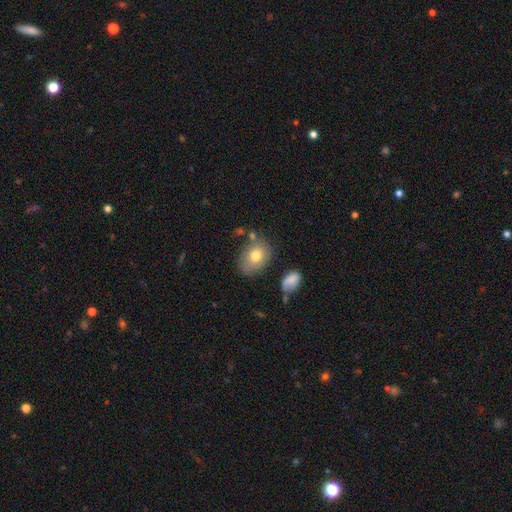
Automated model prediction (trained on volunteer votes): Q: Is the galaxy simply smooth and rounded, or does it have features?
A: smooth — 75%.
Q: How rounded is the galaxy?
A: in between — 68%.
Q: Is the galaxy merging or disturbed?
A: none — 66%.